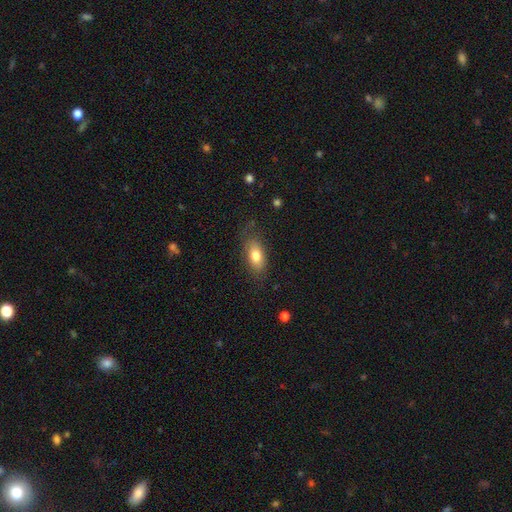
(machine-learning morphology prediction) smooth-or-featured: smooth: 76% | featured or disk: 16% | star or artifact: 7%
  how-rounded: in between: 86% | cigar-shaped: 9% | round: 6%
  merging: none: 72% | minor disturbance: 19% | major disturbance: 7% | merger: 1%